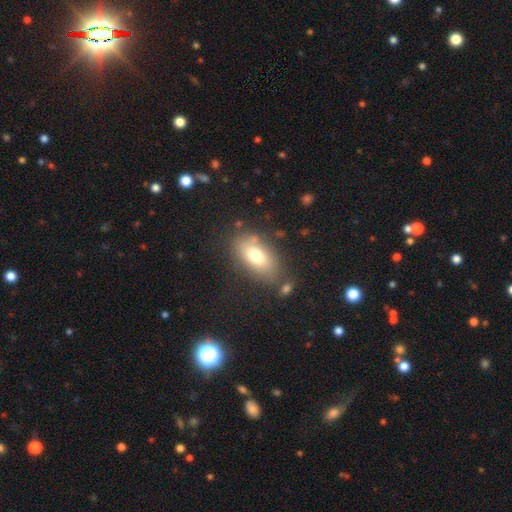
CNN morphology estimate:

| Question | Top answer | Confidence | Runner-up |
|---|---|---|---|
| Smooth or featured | smooth | 73% | featured or disk (18%) |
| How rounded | in between | 89% | round (8%) |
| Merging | none | 74% | minor disturbance (14%) |